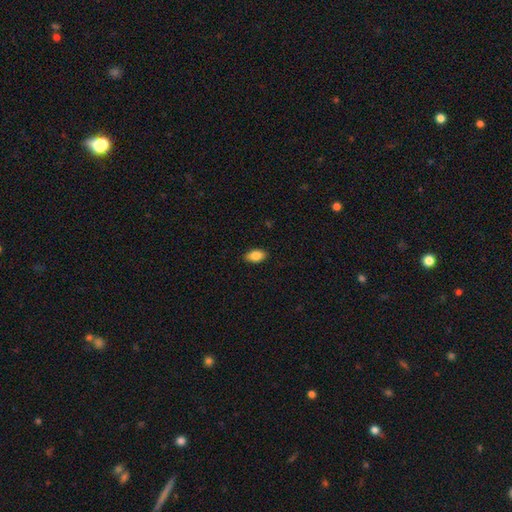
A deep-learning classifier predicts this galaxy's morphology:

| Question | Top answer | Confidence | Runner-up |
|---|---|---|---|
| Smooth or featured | smooth | 85% | star or artifact (8%) |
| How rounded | in between | 91% | round (5%) |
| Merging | none | 89% | minor disturbance (9%) |